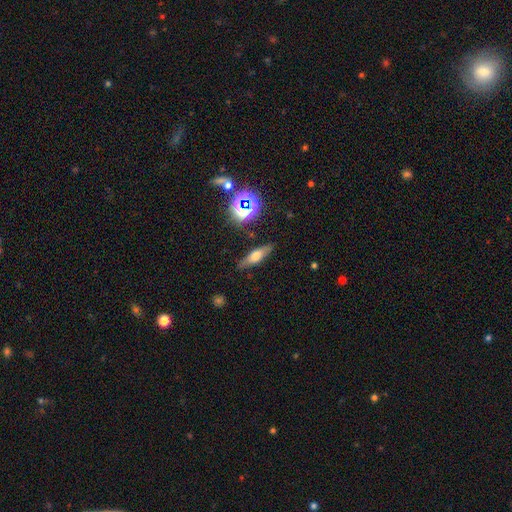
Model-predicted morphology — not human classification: Smooth or featured?
  - smooth: 47% *
  - featured or disk: 41%
  - star or artifact: 12%
Merging?
  - none: 84% *
  - minor disturbance: 11%
  - major disturbance: 3%
  - merger: 2%